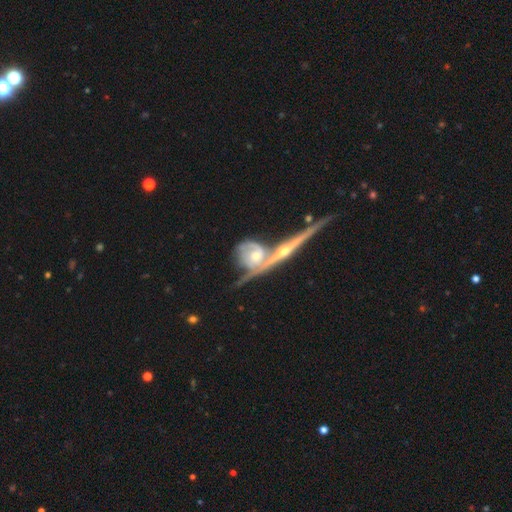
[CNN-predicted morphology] A featured or disk galaxy (83%). Merging: merger (42%).